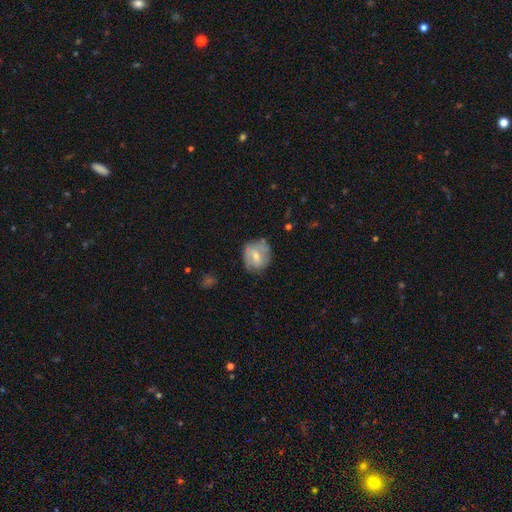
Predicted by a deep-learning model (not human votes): Overall: smooth (52%; featured or disk 40%). How rounded: round (67%; in between 32%). Merging: none (62%; minor disturbance 26%).